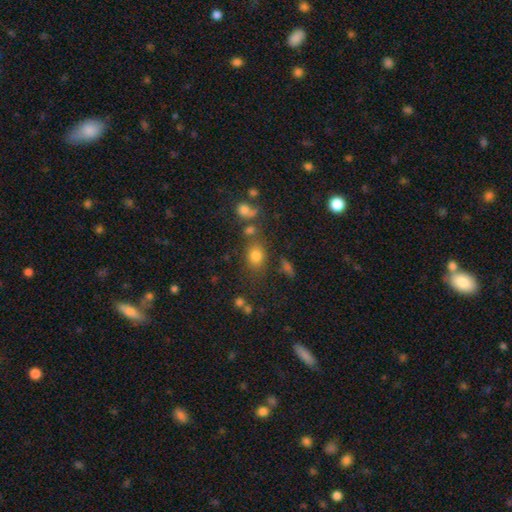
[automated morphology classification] A smooth galaxy with no disk features (76%) that is in between round and cigar-shaped (51%). Merging: none (68%).